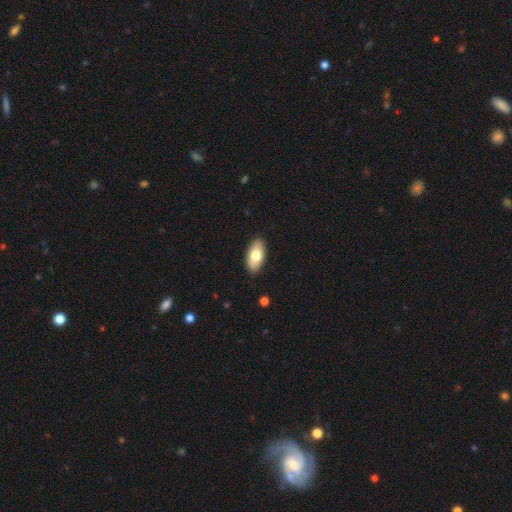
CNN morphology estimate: Smooth or featured?
  - smooth: 74% *
  - featured or disk: 20%
  - star or artifact: 6%
How rounded?
  - in between: 92% *
  - cigar-shaped: 5%
  - round: 3%
Merging?
  - none: 88% *
  - minor disturbance: 9%
  - major disturbance: 2%
  - merger: 1%